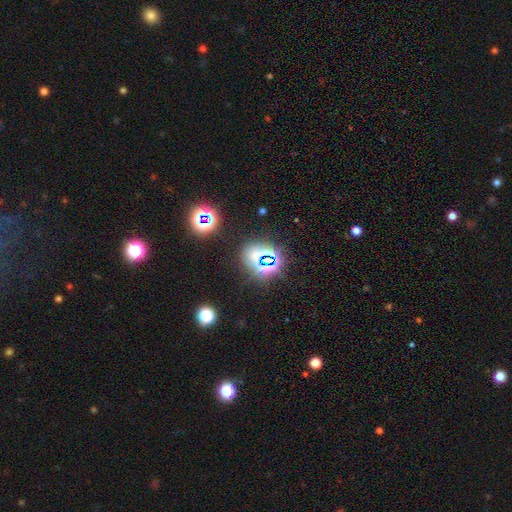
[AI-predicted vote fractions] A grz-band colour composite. It shows a star or artifact, not a galaxy (65%).